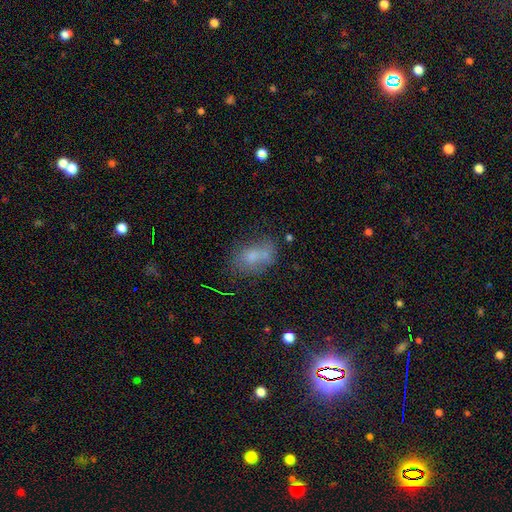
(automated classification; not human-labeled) Q: Smooth or featured?
A: smooth (66%); runner-up: featured or disk (21%)
Q: How rounded?
A: in between (77%); runner-up: round (21%)
Q: Merging?
A: none (42%); runner-up: merger (27%)